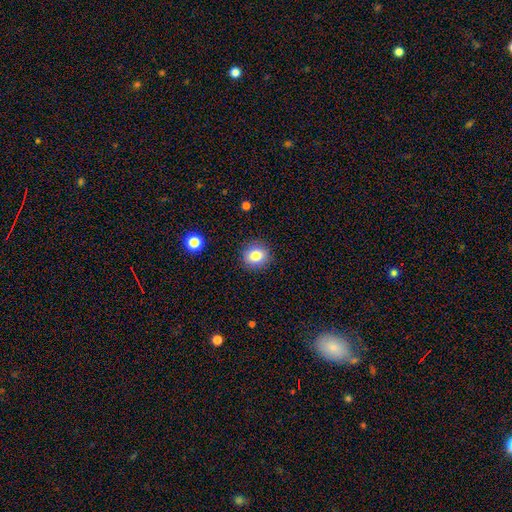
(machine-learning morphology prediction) A smooth galaxy with no disk features (81%) that is round (86%).

Vote fractions:
- Smooth or featured? smooth: 81% / star or artifact: 11% / featured or disk: 8%
- How rounded? round: 86% / in between: 13% / cigar-shaped: 1%
- Merging? none: 89% / minor disturbance: 7% / major disturbance: 2% / merger: 1%